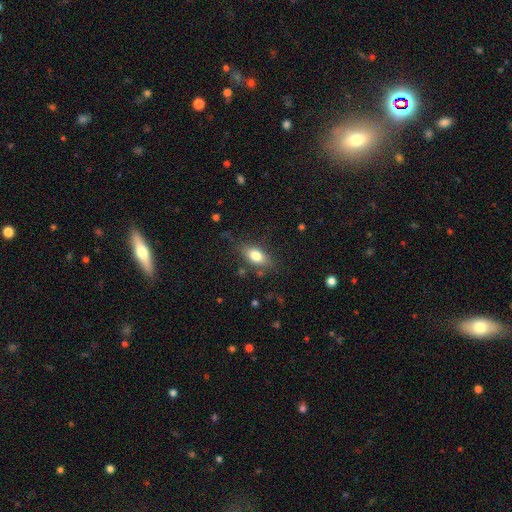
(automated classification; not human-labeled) Smooth or featured? smooth (78%)
How rounded? in between (85%)
Merging? none (76%)